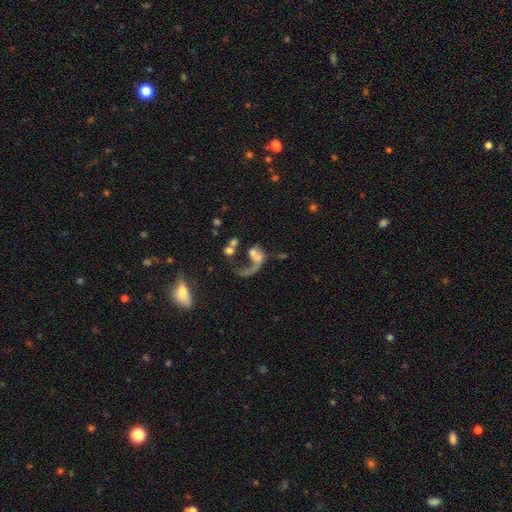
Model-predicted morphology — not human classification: A featured or disk galaxy (56%) with no bar (77%), spiral arms (51%) and no central bulge (39%). Merging: major disturbance (38%, tied with merger).